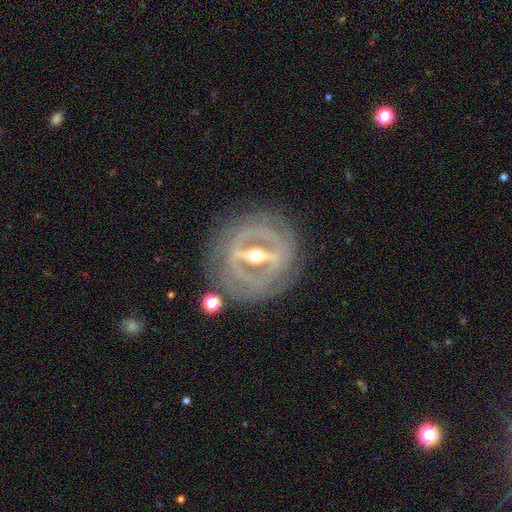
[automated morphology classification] Overall: featured or disk (88%). Edge-on disk: no (83%). Bar: strong (84%). Spiral arms: no (53%; yes 47%). Bulge size: moderate (72%). Merging: none (78%).